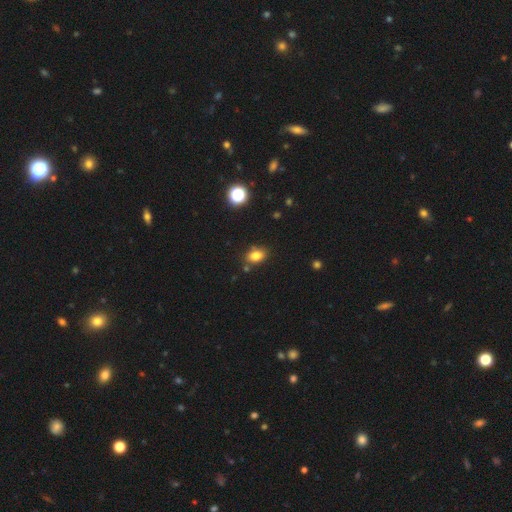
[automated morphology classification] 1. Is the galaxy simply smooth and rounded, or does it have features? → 82% smooth, 12% star or artifact, 6% featured or disk.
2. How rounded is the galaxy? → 76% in between, 23% round, 1% cigar-shaped.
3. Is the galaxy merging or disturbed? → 78% none, 13% minor disturbance, 6% merger, 3% major disturbance.